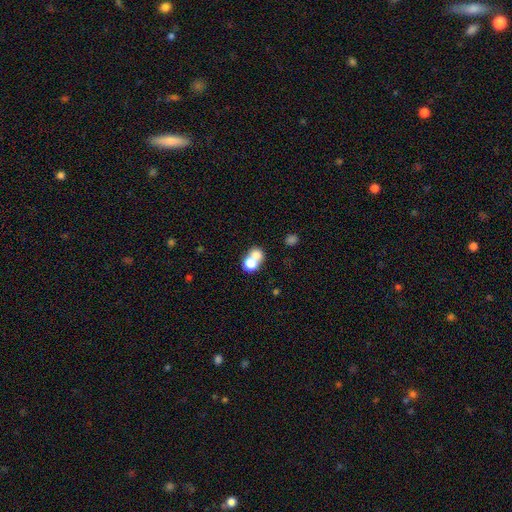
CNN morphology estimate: Smooth or featured? Predicted: smooth (p=0.73). How rounded? Predicted: round (p=0.72). Merging? Predicted: merger (p=0.61).